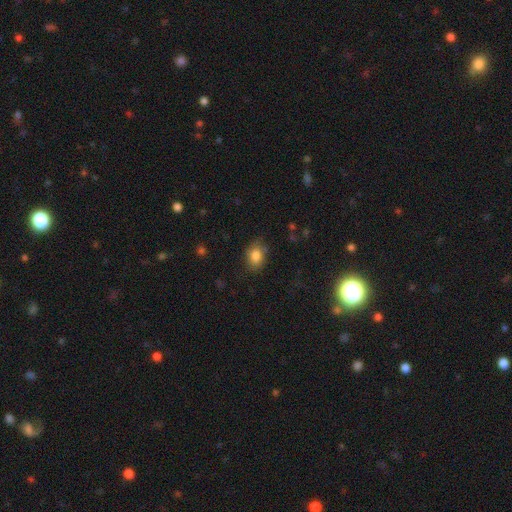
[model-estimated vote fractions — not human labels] A smooth galaxy with no disk features (82%) that is in between round and cigar-shaped (71%). Merging: none (71%).